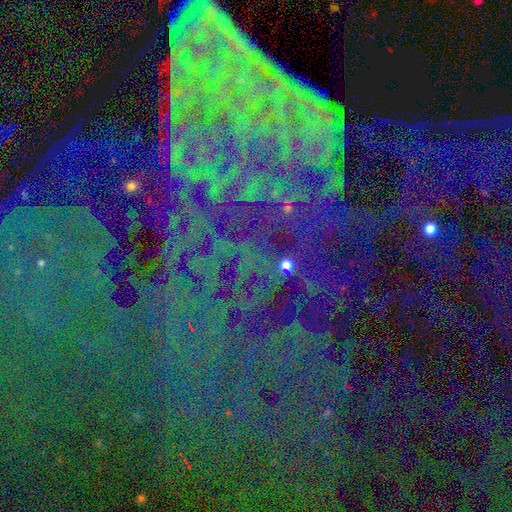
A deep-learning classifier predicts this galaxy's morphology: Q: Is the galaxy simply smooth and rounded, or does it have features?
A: star or artifact — 82%.